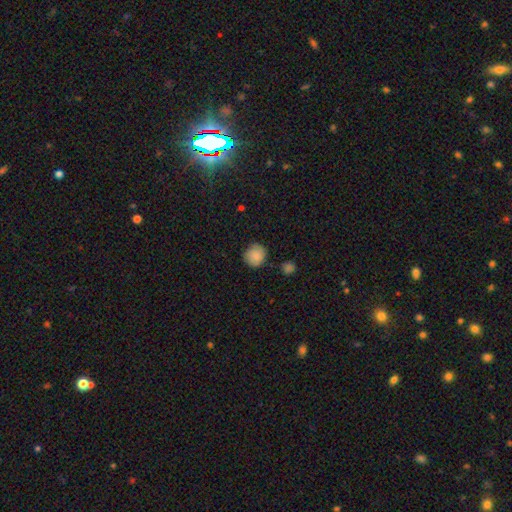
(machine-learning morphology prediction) smooth_or_featured: smooth (p=0.86) [alt: star or artifact p=0.08]
how_rounded: round (p=0.88) [alt: in between p=0.11]
merging: none (p=0.81) [alt: minor disturbance p=0.14]